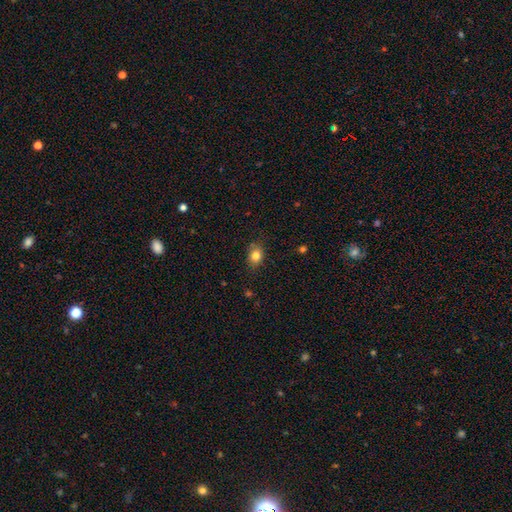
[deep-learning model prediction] smooth 83%, star or artifact 10%, featured or disk 7%. Down the decision tree: how rounded — in between (59%); merging — none (79%).